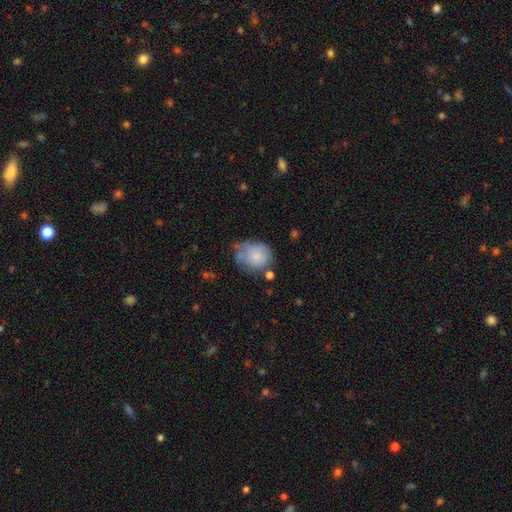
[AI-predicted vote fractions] The model was most divided on "merging": none: 40%, minor disturbance: 35%, major disturbance: 14%, merger: 11%. More confident: smooth or featured — smooth (75%); how rounded — round (67%).